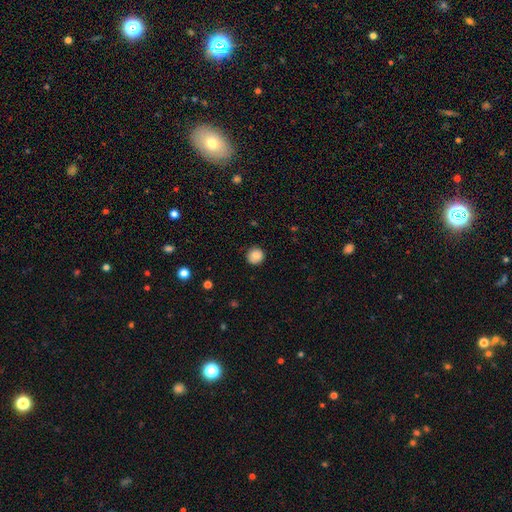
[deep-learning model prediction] smooth-or-featured: smooth: 86% | star or artifact: 9% | featured or disk: 5%
  how-rounded: round: 93% | in between: 6% | cigar-shaped: 1%
  merging: none: 88% | minor disturbance: 9% | major disturbance: 2% | merger: 1%